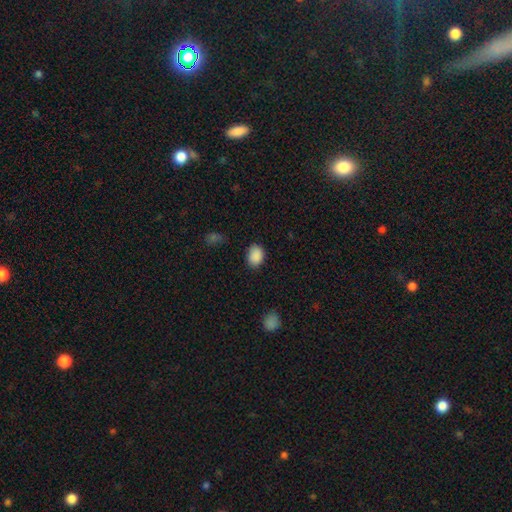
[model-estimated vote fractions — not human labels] A smooth galaxy with no disk features (88%) that is in between round and cigar-shaped (64%). Merging: none (80%).